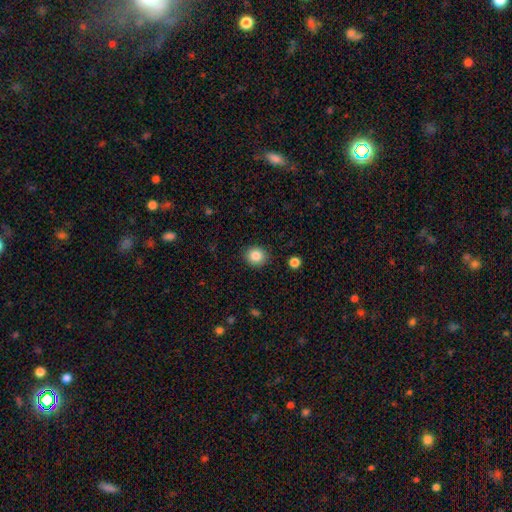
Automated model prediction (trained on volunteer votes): Overall: smooth (85%). How rounded: round (80%). Merging: none (89%).